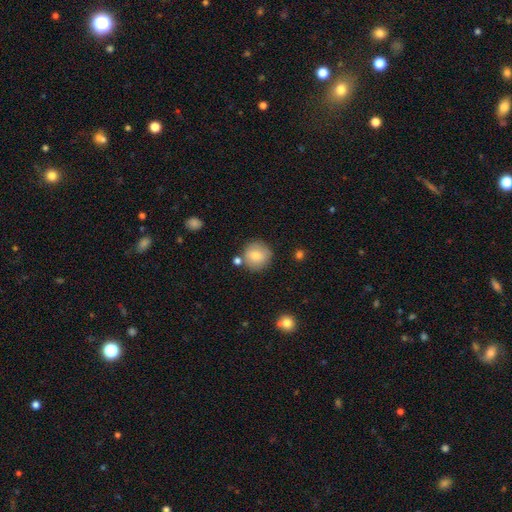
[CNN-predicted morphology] smooth 80%, featured or disk 11%, star or artifact 8%. Down the decision tree: how rounded — round (93%); merging — none (78%).